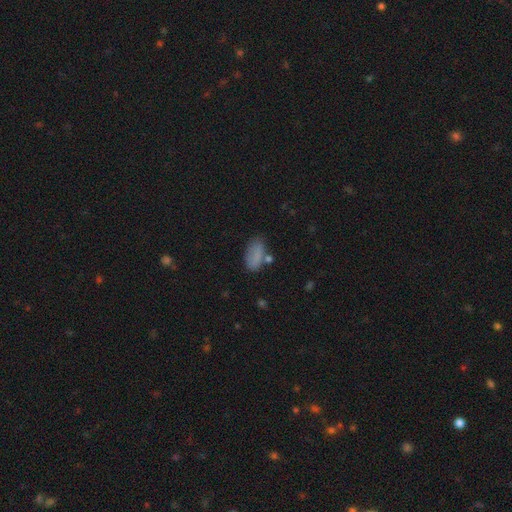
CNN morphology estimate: smooth 80%, featured or disk 10%, star or artifact 9%. Down the decision tree: how rounded — in between (90%); merging — none (62%).